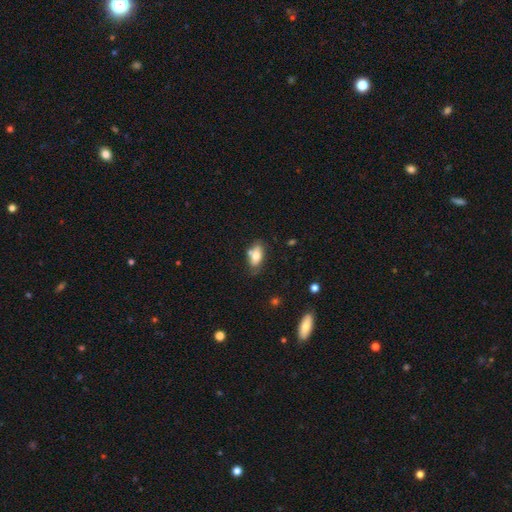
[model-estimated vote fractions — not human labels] Q: Smooth or featured?
A: smooth (71%); runner-up: featured or disk (21%)
Q: How rounded?
A: in between (89%); runner-up: cigar-shaped (7%)
Q: Merging?
A: none (59%); runner-up: minor disturbance (21%)